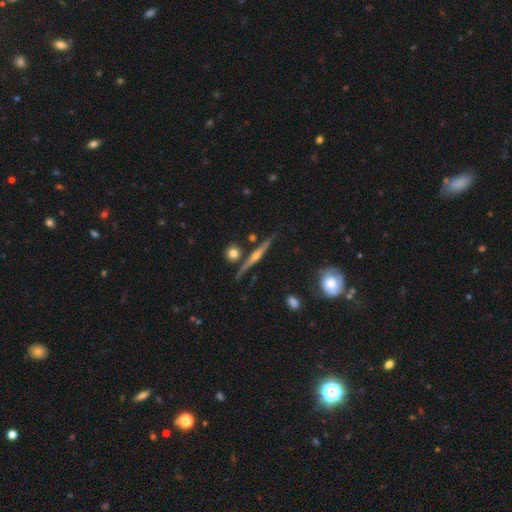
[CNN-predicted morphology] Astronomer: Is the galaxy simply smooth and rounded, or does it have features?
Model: featured or disk — 78%.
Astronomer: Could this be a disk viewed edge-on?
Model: yes — 97%.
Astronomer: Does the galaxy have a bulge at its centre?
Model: rounded — 85%.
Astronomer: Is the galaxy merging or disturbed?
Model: none — 84%.